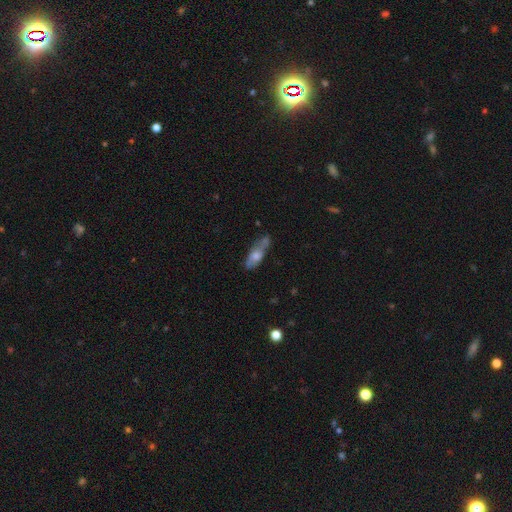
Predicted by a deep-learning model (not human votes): Smooth or featured? smooth (48%)
Merging? none (57%)